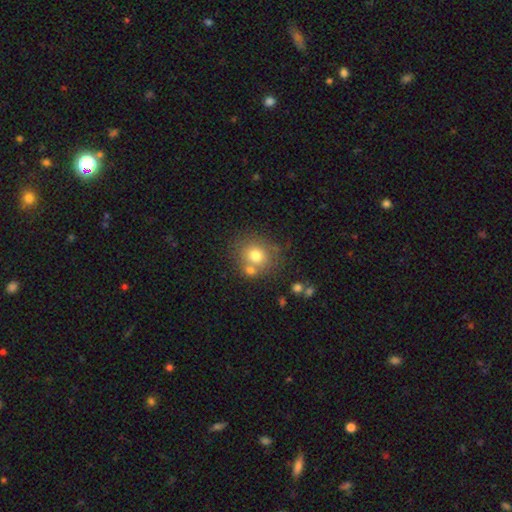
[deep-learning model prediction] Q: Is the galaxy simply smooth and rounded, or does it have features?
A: smooth — 74%.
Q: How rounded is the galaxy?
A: round — 81%.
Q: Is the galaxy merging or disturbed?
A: none — 63%.